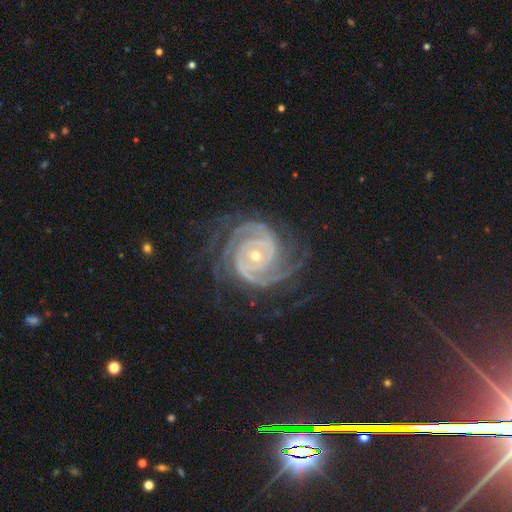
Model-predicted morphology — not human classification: This is clearly a featured or disk galaxy (93%). It is clearly not viewed edge-on (98%). Bar: likely no (63%). Spiral arm pattern: clearly yes (99%). Spiral arm count: marginally 2 (35%). Spiral winding: likely tight (77%). Central bulge: likely small (62%). Merging: likely none (73%).